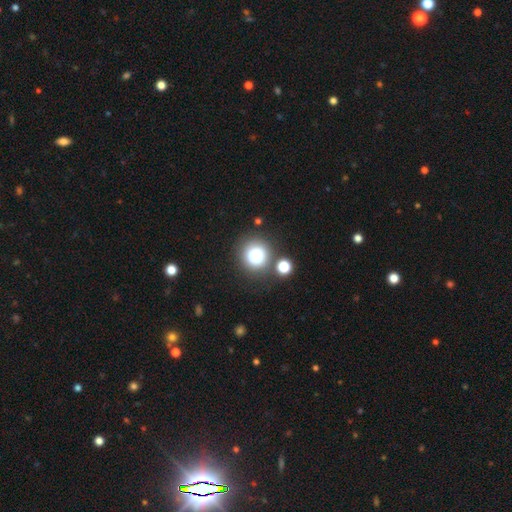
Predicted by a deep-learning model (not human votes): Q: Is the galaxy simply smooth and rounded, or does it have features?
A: smooth — 81%.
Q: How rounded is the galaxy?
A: round — 91%.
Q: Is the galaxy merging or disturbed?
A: none — 71%.